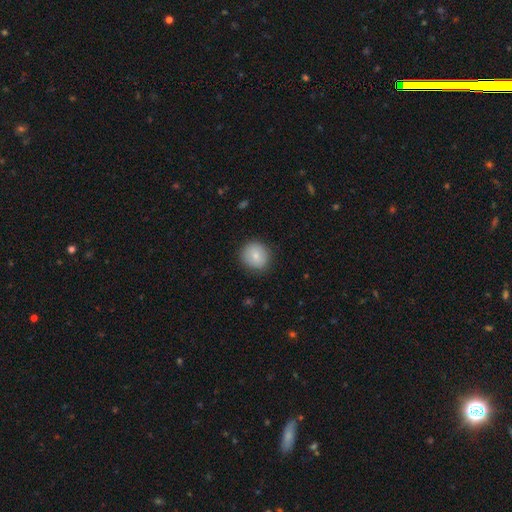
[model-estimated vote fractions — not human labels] Overall: smooth (80%). How rounded: round (89%). Merging: none (86%).